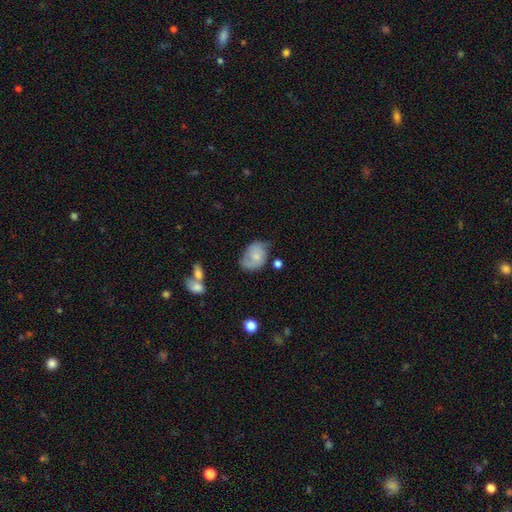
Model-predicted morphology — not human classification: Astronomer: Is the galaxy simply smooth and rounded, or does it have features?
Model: smooth — 55% (runner-up: featured or disk, 38%).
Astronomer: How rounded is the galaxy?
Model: in between — 74%.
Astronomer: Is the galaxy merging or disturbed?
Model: none — 50% (runner-up: minor disturbance, 34%).